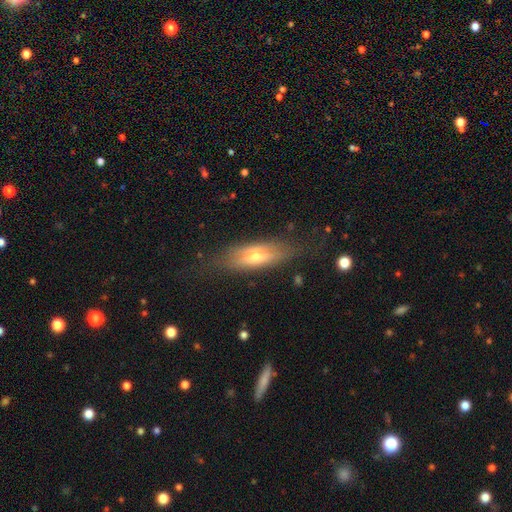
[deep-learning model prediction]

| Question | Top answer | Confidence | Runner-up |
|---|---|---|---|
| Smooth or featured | smooth | 51% | featured or disk (42%) |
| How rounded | in between | 56% | cigar-shaped (41%) |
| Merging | none | 72% | minor disturbance (19%) |